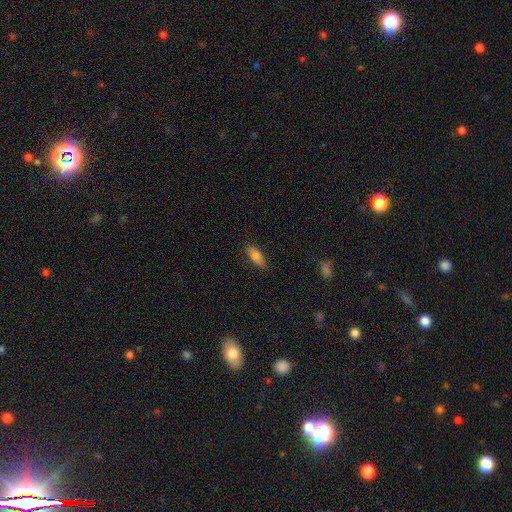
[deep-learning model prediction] A smooth galaxy with no disk features (76%) that is in between round and cigar-shaped (64%).

Vote fractions:
- Smooth or featured? smooth: 76% / featured or disk: 16% / star or artifact: 7%
- How rounded? in between: 64% / cigar-shaped: 34% / round: 2%
- Merging? none: 84% / minor disturbance: 13% / major disturbance: 2% / merger: 1%